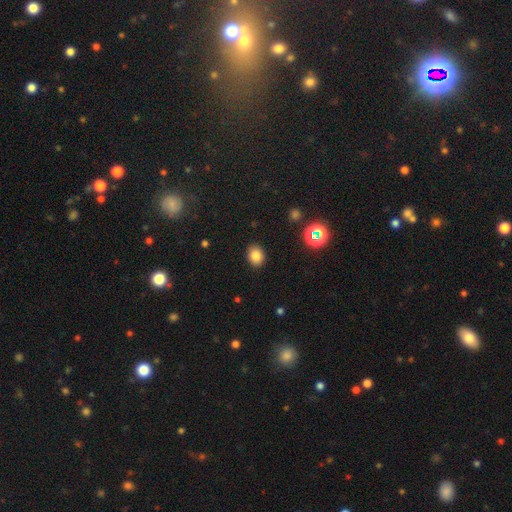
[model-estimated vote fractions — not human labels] smooth 82%, star or artifact 12%, featured or disk 5%. Down the decision tree: how rounded — in between (58%); merging — none (88%).